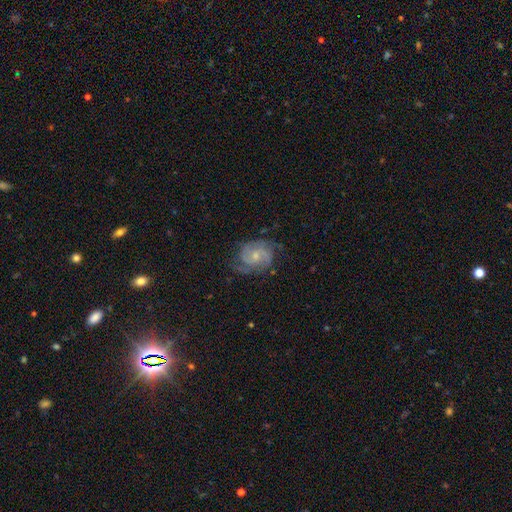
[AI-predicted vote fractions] Smooth or featured: featured or disk — 86% (smooth — 8%)
Edge-on disk: no — 98% (yes — 2%)
Bar: no — 60% (weak — 35%)
Spiral arms: yes — 97% (no — 3%)
Spiral winding: tight — 48% (medium — 43%)
Spiral arm count: 2 — 55% (3 — 22%)
Bulge size: small — 58% (moderate — 36%)
Merging: none — 70% (minor disturbance — 20%)